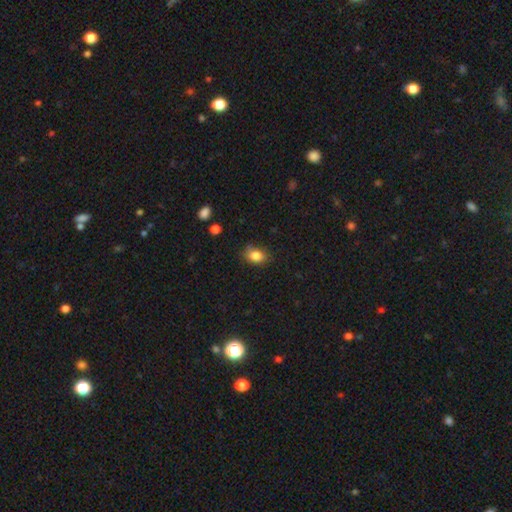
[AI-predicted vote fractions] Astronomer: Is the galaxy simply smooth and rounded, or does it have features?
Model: smooth — 84%.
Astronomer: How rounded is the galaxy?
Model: in between — 68%.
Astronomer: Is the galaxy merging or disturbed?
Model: none — 73%.